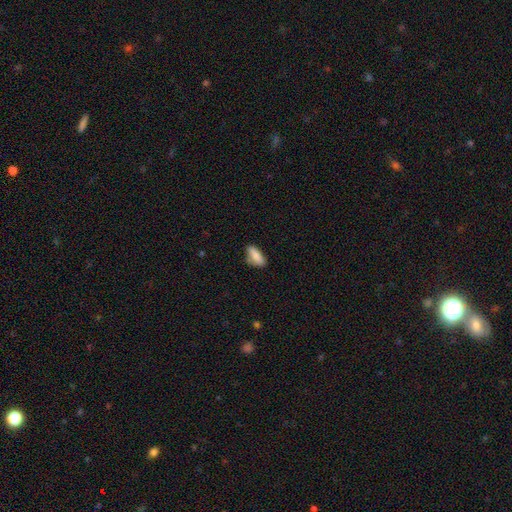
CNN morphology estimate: smooth_or_featured: smooth (p=0.84) [alt: featured or disk p=0.09]
how_rounded: in between (p=0.78) [alt: cigar-shaped p=0.20]
merging: none (p=0.68) [alt: minor disturbance p=0.24]